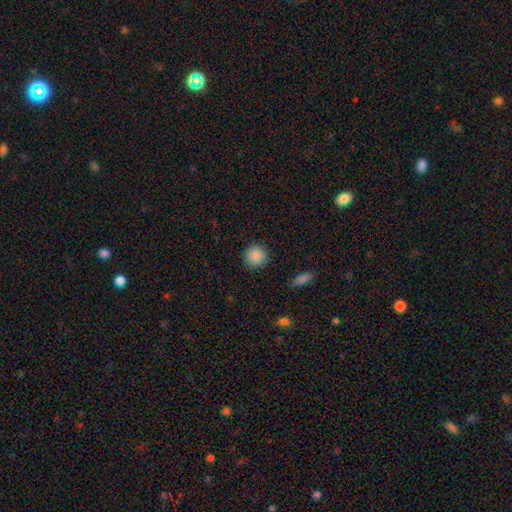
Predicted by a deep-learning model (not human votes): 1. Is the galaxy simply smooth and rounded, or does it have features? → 88% smooth, 8% star or artifact, 4% featured or disk.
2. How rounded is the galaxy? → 93% round, 6% in between, 1% cigar-shaped.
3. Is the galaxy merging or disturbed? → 90% none, 7% minor disturbance, 2% major disturbance, 1% merger.